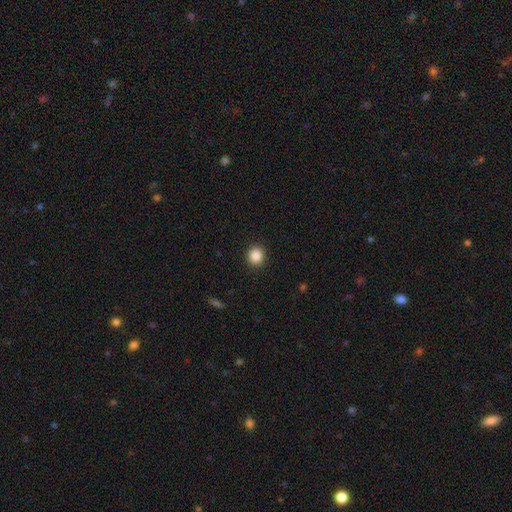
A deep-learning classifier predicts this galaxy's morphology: Smooth or featured: smooth — 87% (star or artifact — 10%)
How rounded: round — 85% (in between — 14%)
Merging: none — 91% (minor disturbance — 6%)